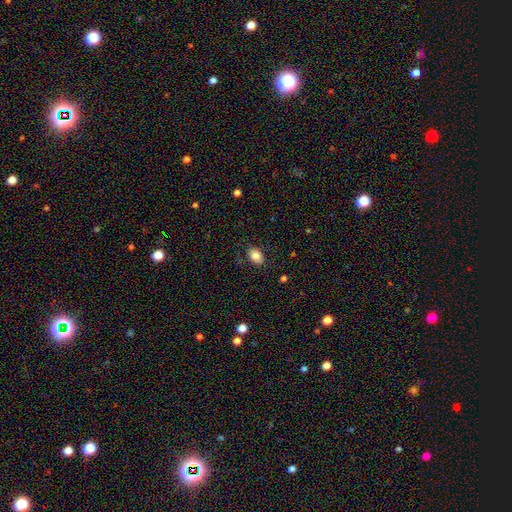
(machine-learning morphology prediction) This is clearly a smooth galaxy (81%). How rounded: likely in between (79%). Merging: clearly none (82%).